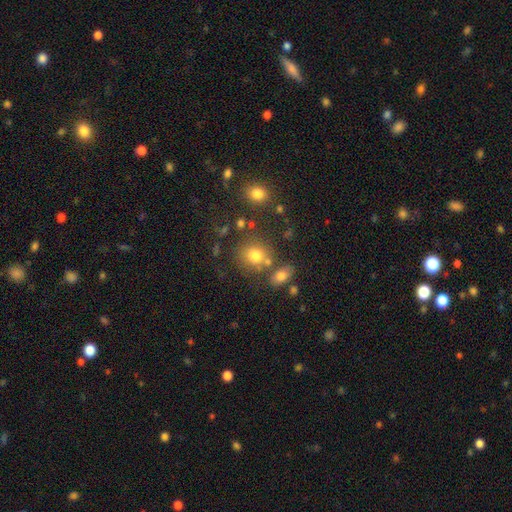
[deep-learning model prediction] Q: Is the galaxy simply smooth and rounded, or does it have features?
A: smooth — 75%.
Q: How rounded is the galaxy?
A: round — 77%.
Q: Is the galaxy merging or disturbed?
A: none — 66%.